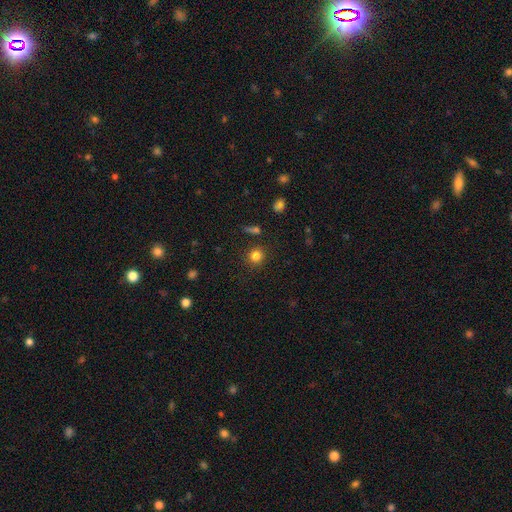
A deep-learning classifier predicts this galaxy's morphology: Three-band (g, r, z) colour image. It shows a smooth galaxy with no disk features (81%) that is round (89%). Merging: none (85%).